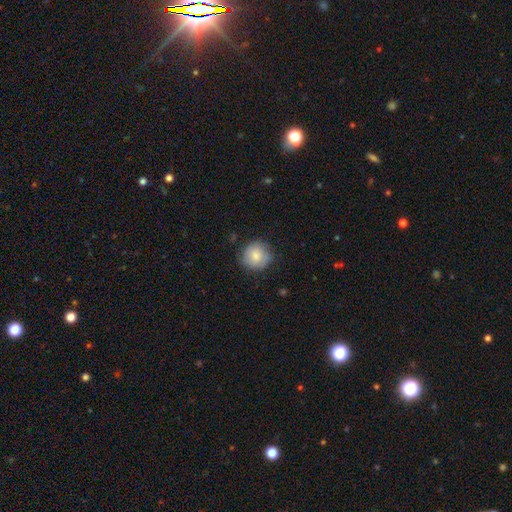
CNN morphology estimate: A smooth galaxy with no disk features (80%) that is round (90%). Merging: none (78%).